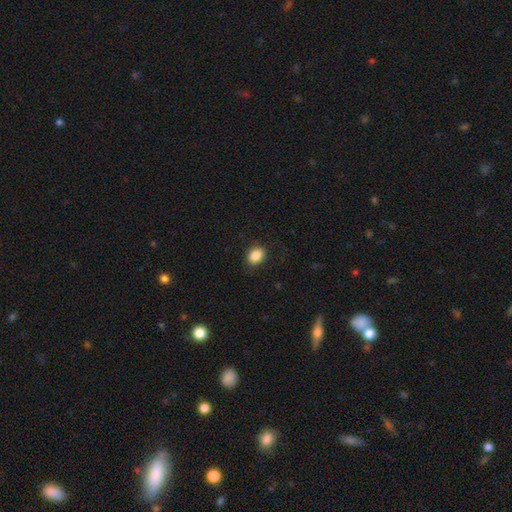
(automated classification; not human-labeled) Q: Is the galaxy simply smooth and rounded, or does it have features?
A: smooth — 87%.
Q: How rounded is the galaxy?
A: in between — 54%.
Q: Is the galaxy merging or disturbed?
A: none — 85%.